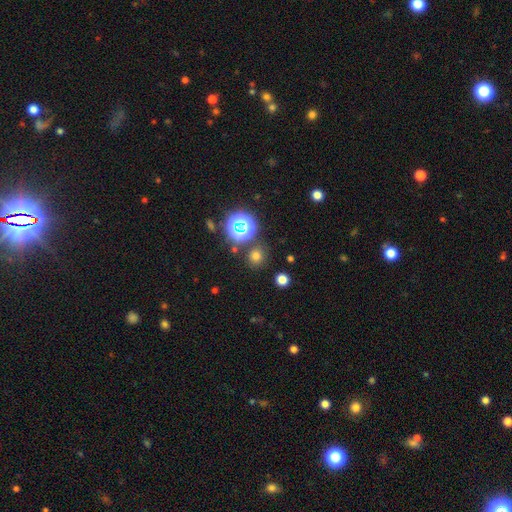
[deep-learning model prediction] smooth 67%, star or artifact 27%, featured or disk 6%. Down the decision tree: how rounded — round (89%); merging — none (84%).